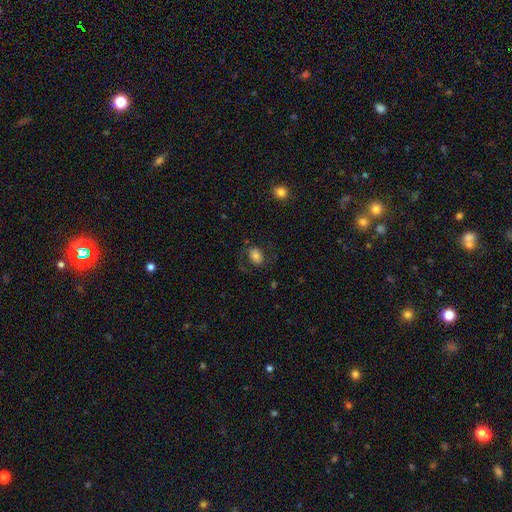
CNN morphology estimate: Q: Smooth or featured?
A: smooth (72%); runner-up: featured or disk (18%)
Q: How rounded?
A: in between (67%); runner-up: round (32%)
Q: Merging?
A: none (69%); runner-up: minor disturbance (16%)